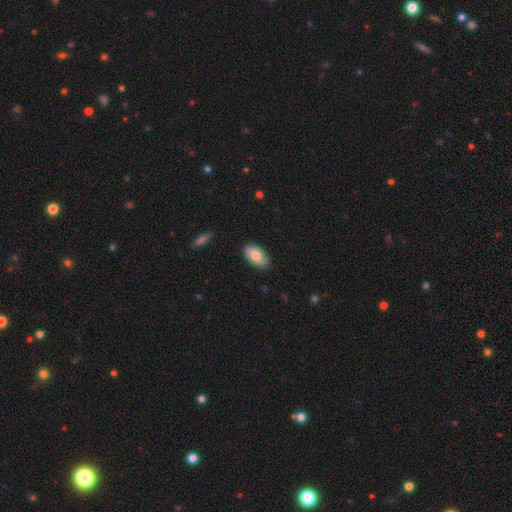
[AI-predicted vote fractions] Smooth or featured: smooth — 73% (featured or disk — 21%)
How rounded: in between — 94% (round — 3%)
Merging: none — 83% (minor disturbance — 14%)